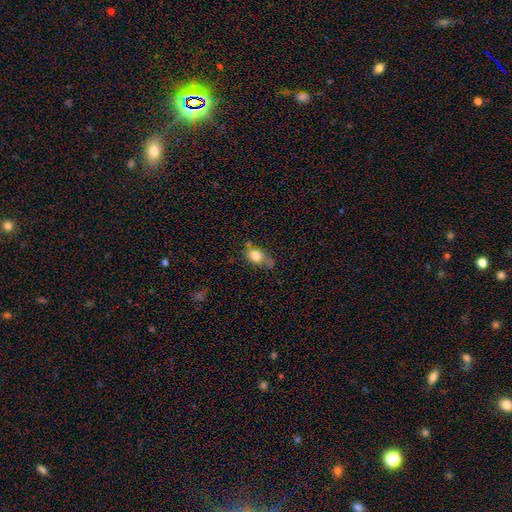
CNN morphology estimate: smooth 80%, featured or disk 10%, star or artifact 9%. Down the decision tree: how rounded — in between (58%); merging — none (52%).